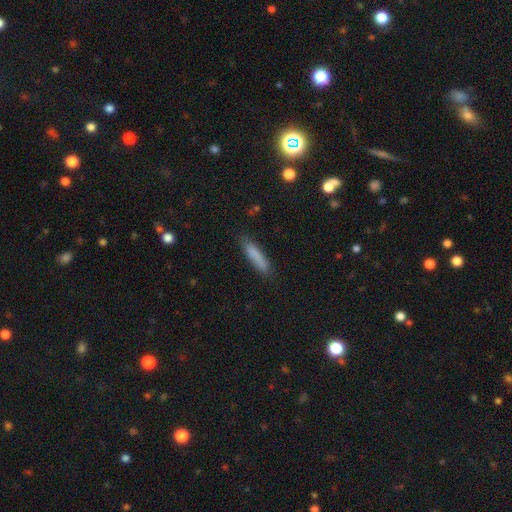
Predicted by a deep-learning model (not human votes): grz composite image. It shows a smooth galaxy with no disk features (81%) that is cigar-shaped (81%). Merging: none (81%).